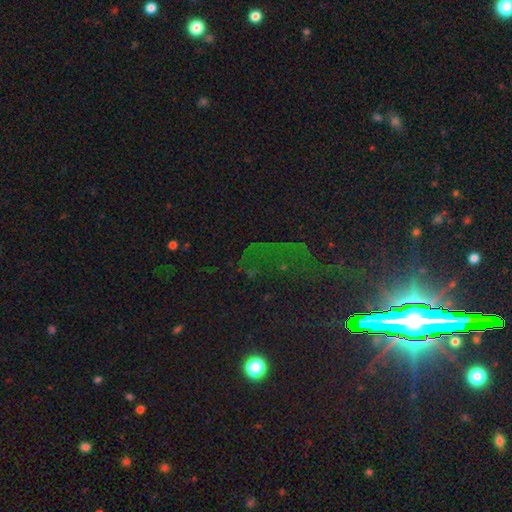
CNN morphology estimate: Smooth or featured: star or artifact — 74% (smooth — 14%)